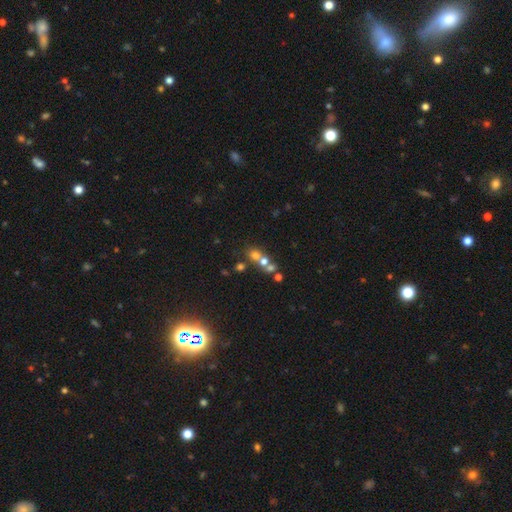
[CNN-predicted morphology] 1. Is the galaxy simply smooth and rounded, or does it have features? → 56% smooth, 22% star or artifact, 22% featured or disk.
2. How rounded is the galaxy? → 77% round, 22% in between, 2% cigar-shaped.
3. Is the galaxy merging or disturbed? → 49% merger, 39% none, 7% minor disturbance, 5% major disturbance.